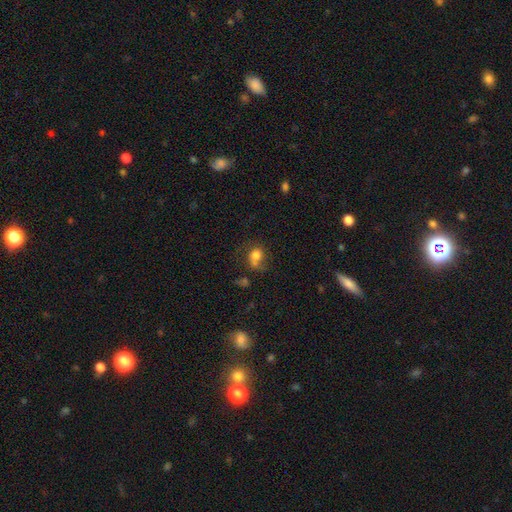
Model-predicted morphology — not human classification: type=smooth (73%); roundness=round (63%); merging=none (39%).